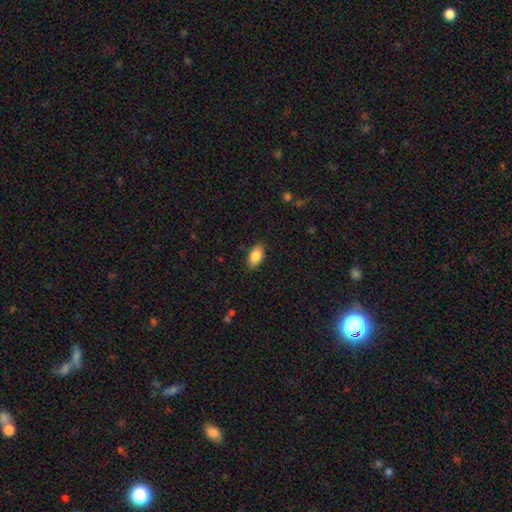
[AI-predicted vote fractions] smooth_or_featured: smooth (p=0.87) [alt: star or artifact p=0.07]
how_rounded: in between (p=0.92) [alt: round p=0.06]
merging: none (p=0.86) [alt: minor disturbance p=0.10]